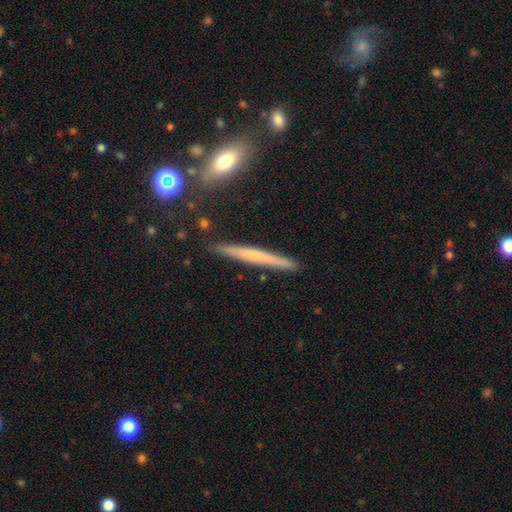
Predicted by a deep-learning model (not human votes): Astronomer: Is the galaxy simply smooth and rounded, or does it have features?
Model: featured or disk — 47% (runner-up: smooth, 46%).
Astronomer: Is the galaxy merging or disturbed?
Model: none — 89%.